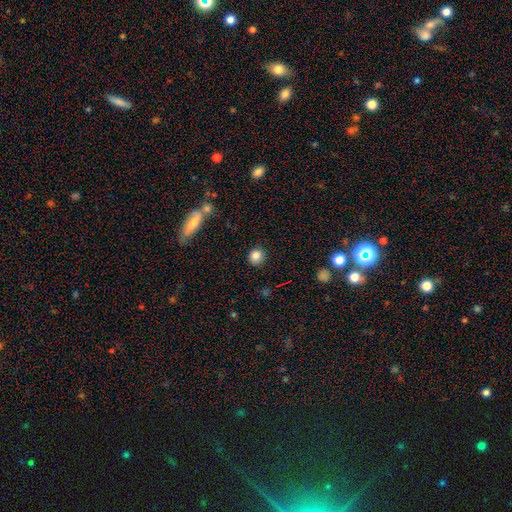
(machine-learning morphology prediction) Smooth or featured? Predicted: smooth (p=0.85). How rounded? Predicted: round (p=0.82). Merging? Predicted: none (p=0.87).